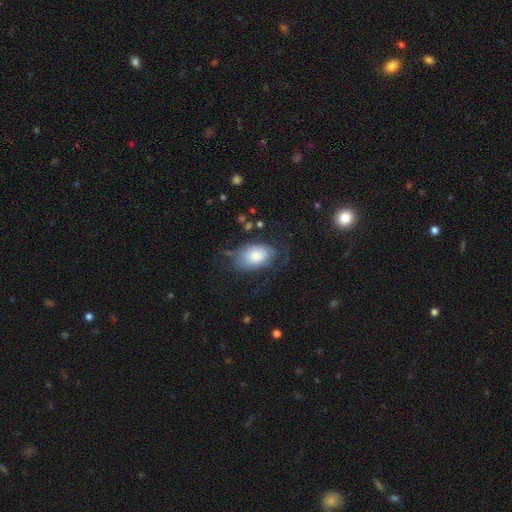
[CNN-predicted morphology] smooth 69%, featured or disk 24%, star or artifact 7%. Down the decision tree: how rounded — in between (90%); merging — none (52%).